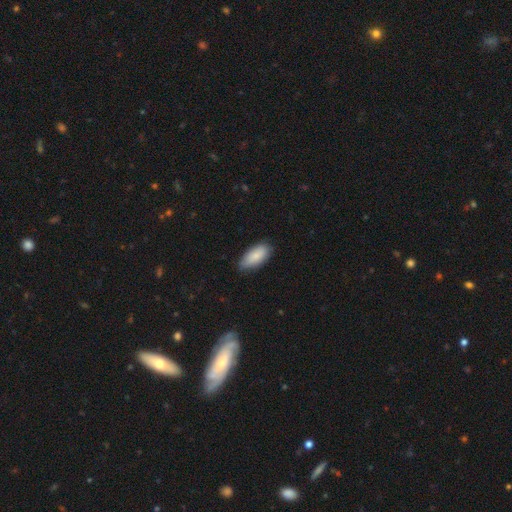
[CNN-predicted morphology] A smooth galaxy with no disk features (86%) that is in between round and cigar-shaped (89%).

Vote fractions:
- Smooth or featured? smooth: 86% / featured or disk: 8% / star or artifact: 6%
- How rounded? in between: 89% / cigar-shaped: 9% / round: 2%
- Merging? none: 76% / minor disturbance: 20% / major disturbance: 3% / merger: 1%